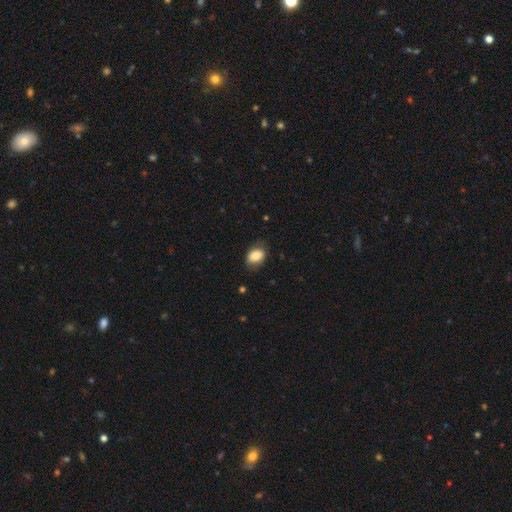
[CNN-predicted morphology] Smooth or featured? smooth (83%)
How rounded? in between (80%)
Merging? none (74%)